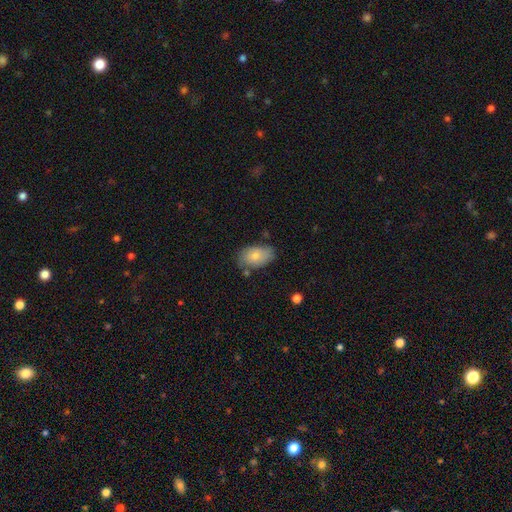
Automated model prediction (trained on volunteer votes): Q: Smooth or featured?
A: smooth (77%); runner-up: featured or disk (17%)
Q: How rounded?
A: in between (91%); runner-up: round (8%)
Q: Merging?
A: none (66%); runner-up: minor disturbance (24%)